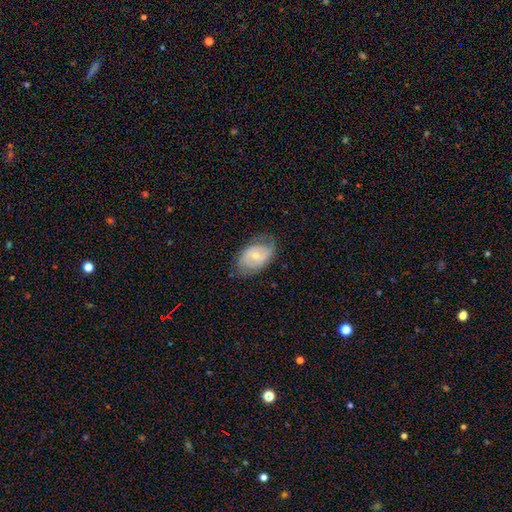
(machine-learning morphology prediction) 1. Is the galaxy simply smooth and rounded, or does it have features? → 60% featured or disk, 34% smooth, 7% star or artifact.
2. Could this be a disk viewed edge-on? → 95% no, 5% yes.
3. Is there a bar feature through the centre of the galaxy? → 54% no, 37% weak, 9% strong.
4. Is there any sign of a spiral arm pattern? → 72% yes, 28% no.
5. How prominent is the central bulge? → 51% small, 46% moderate, 1% large, 1% none, 1% dominant.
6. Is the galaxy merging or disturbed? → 67% none, 25% minor disturbance, 8% major disturbance, 1% merger.